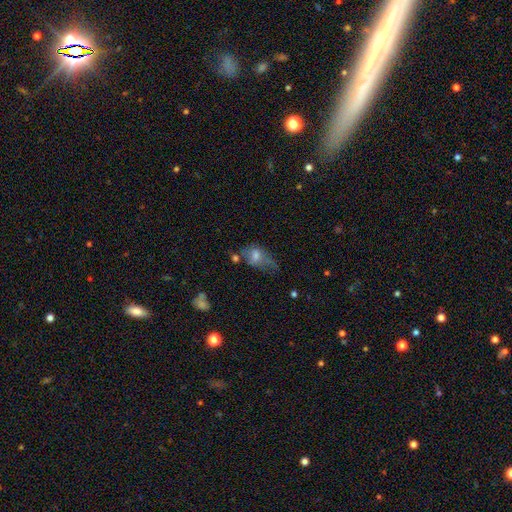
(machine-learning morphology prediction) Smooth or featured?
  - smooth: 56% *
  - featured or disk: 32%
  - star or artifact: 12%
How rounded?
  - in between: 75% *
  - round: 22%
  - cigar-shaped: 3%
Merging?
  - major disturbance: 33% *
  - minor disturbance: 30%
  - none: 28%
  - merger: 10%